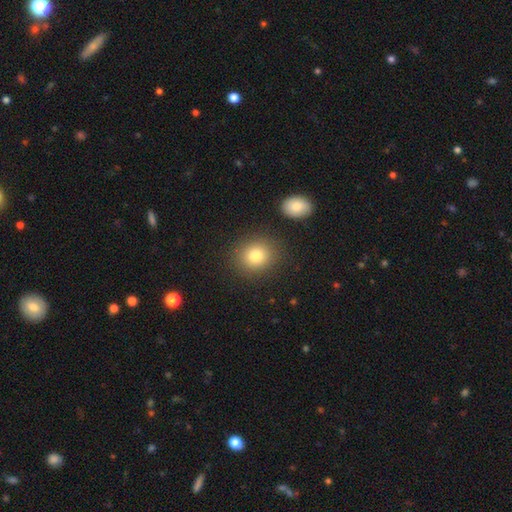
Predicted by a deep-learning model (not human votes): smooth 81%, star or artifact 11%, featured or disk 8%. Down the decision tree: how rounded — round (75%); merging — none (85%).